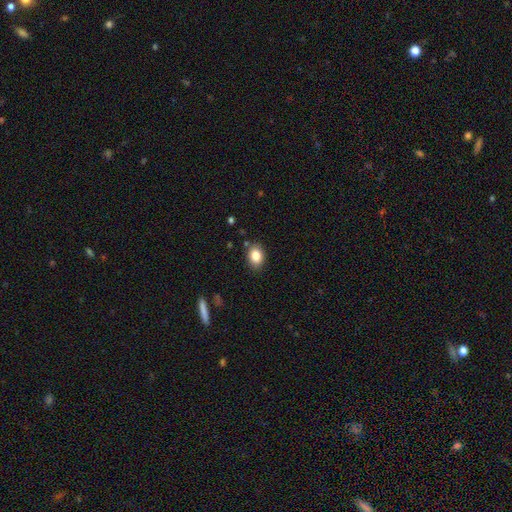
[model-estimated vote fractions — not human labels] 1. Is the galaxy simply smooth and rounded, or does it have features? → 85% smooth, 9% star or artifact, 6% featured or disk.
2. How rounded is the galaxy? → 74% in between, 25% round, 1% cigar-shaped.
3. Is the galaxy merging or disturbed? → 85% none, 10% minor disturbance, 2% major disturbance, 2% merger.